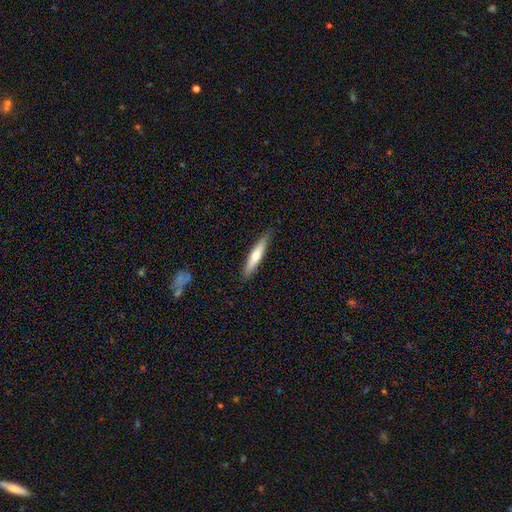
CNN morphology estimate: smooth_or_featured: smooth (p=0.58) [alt: featured or disk p=0.37]
how_rounded: cigar-shaped (p=0.89) [alt: in between p=0.10]
merging: none (p=0.86) [alt: minor disturbance p=0.11]